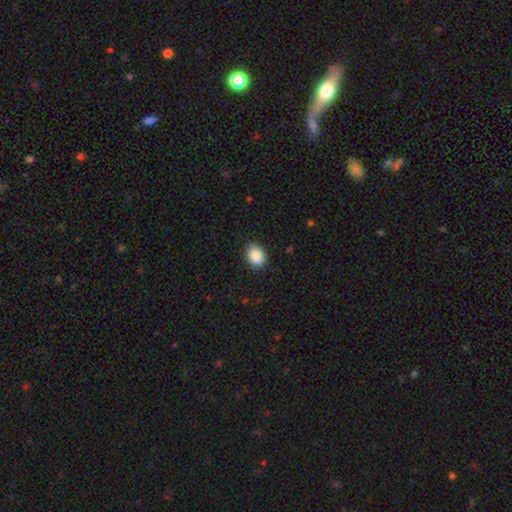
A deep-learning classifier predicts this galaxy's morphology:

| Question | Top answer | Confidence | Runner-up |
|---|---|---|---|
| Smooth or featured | smooth | 88% | star or artifact (8%) |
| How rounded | in between | 65% | round (34%) |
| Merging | none | 84% | minor disturbance (12%) |